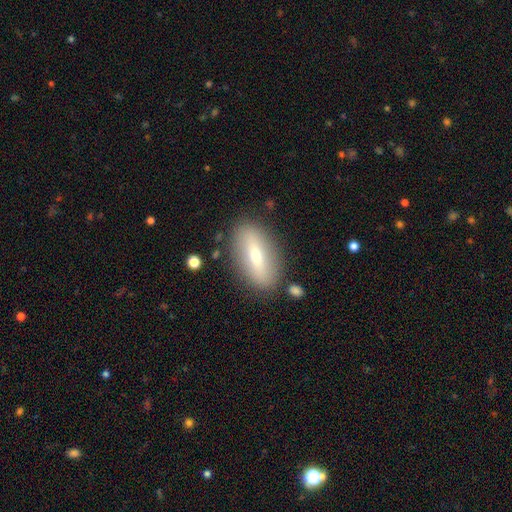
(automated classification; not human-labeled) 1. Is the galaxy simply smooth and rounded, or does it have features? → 58% smooth, 35% featured or disk, 8% star or artifact.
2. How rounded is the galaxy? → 73% in between, 23% cigar-shaped, 4% round.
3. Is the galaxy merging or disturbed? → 84% none, 10% minor disturbance, 3% major disturbance, 2% merger.